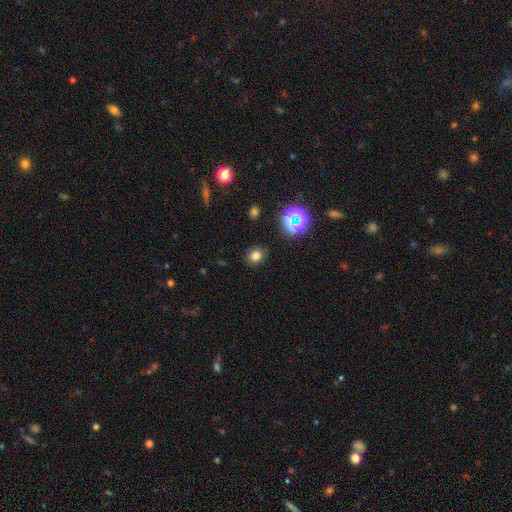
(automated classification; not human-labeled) Smooth or featured: smooth — 75% (star or artifact — 18%)
How rounded: round — 68% (in between — 31%)
Merging: none — 87% (minor disturbance — 9%)